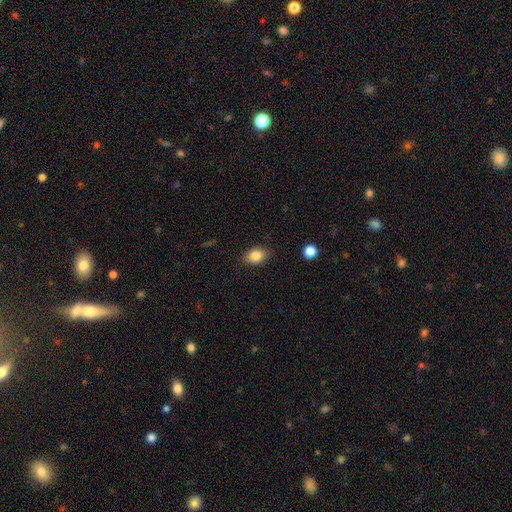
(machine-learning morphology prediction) Smooth or featured?
  - smooth: 84% *
  - star or artifact: 9%
  - featured or disk: 7%
How rounded?
  - in between: 75% *
  - round: 24%
  - cigar-shaped: 1%
Merging?
  - none: 86% *
  - minor disturbance: 10%
  - major disturbance: 3%
  - merger: 1%